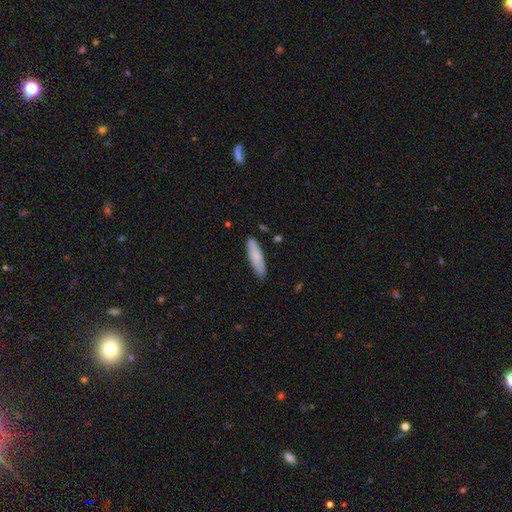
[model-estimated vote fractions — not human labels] This appears to be a smooth galaxy with no disk features (80%) that is cigar-shaped (62%). Merging: none (84%).